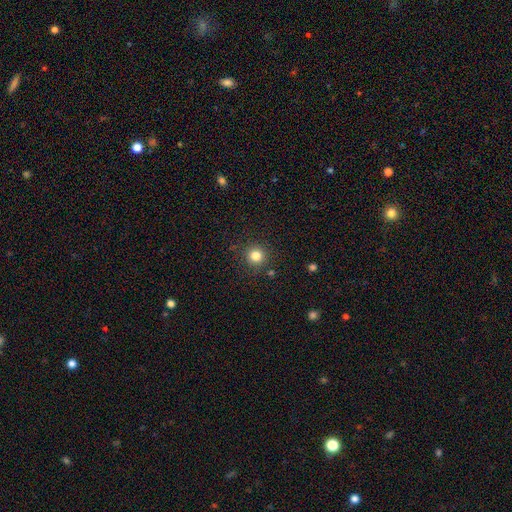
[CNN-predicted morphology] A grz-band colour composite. It shows a smooth galaxy with no disk features (82%) that is round (95%). Merging: none (89%).